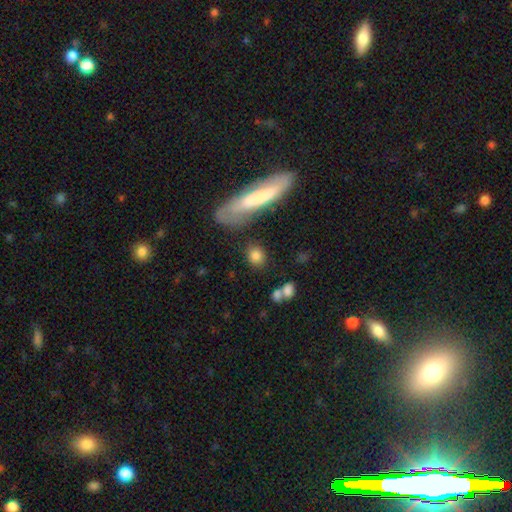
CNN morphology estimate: Smooth or featured?
  - smooth: 83% *
  - featured or disk: 9%
  - star or artifact: 8%
How rounded?
  - round: 60% *
  - in between: 33%
  - cigar-shaped: 8%
Merging?
  - none: 79% *
  - minor disturbance: 11%
  - merger: 6%
  - major disturbance: 4%